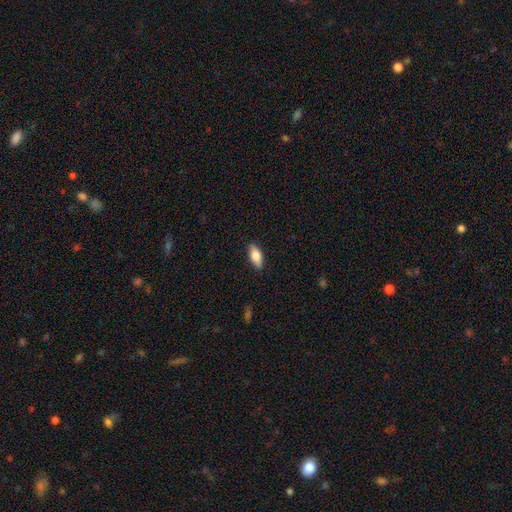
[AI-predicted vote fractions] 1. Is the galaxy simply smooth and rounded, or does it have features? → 73% smooth, 20% featured or disk, 6% star or artifact.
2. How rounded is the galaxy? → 80% in between, 18% cigar-shaped, 3% round.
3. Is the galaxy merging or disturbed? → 88% none, 9% minor disturbance, 2% major disturbance, 1% merger.